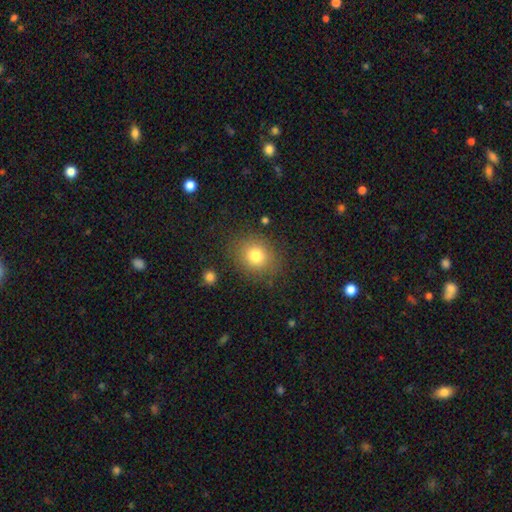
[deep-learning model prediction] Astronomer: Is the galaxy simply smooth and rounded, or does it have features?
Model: smooth — 78%.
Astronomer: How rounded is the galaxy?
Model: round — 73%.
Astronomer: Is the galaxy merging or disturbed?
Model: none — 83%.